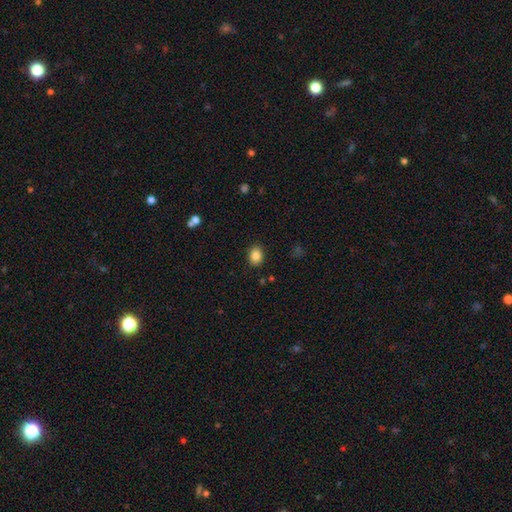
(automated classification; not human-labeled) Smooth or featured? smooth (85%)
How rounded? in between (56%)
Merging? none (88%)